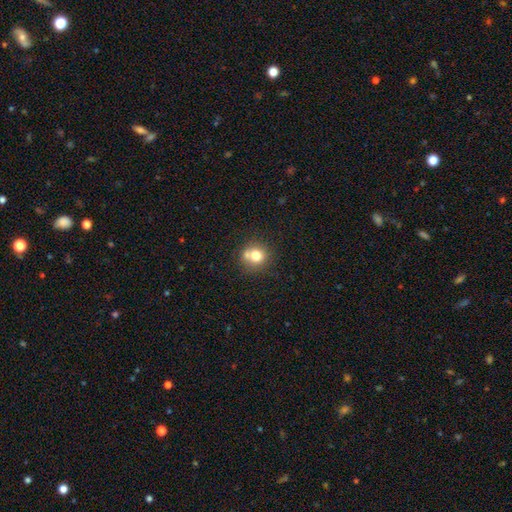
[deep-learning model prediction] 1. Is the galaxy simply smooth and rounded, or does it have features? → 73% smooth, 15% featured or disk, 12% star or artifact.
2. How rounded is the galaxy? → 86% round, 13% in between, 1% cigar-shaped.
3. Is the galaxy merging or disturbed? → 58% none, 27% merger, 11% minor disturbance, 4% major disturbance.